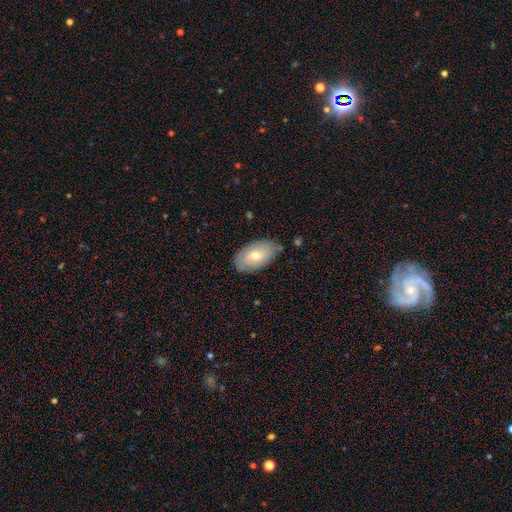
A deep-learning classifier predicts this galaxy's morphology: smooth-or-featured: smooth: 63% | featured or disk: 31% | star or artifact: 7%
  how-rounded: in between: 93% | round: 6% | cigar-shaped: 2%
  merging: none: 76% | minor disturbance: 18% | major disturbance: 3% | merger: 2%